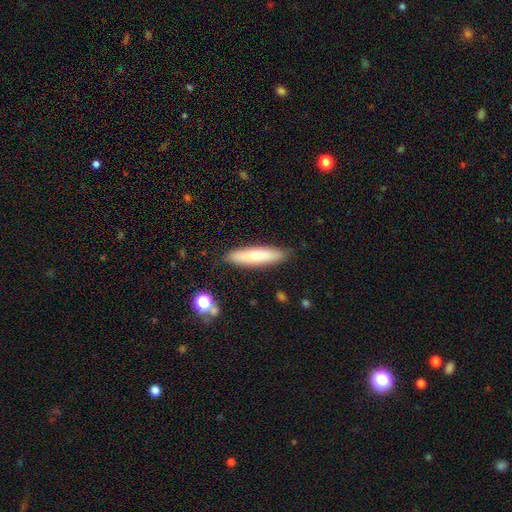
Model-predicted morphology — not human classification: This is likely a smooth galaxy (70%). How rounded: likely cigar-shaped (79%). Merging: clearly none (87%).